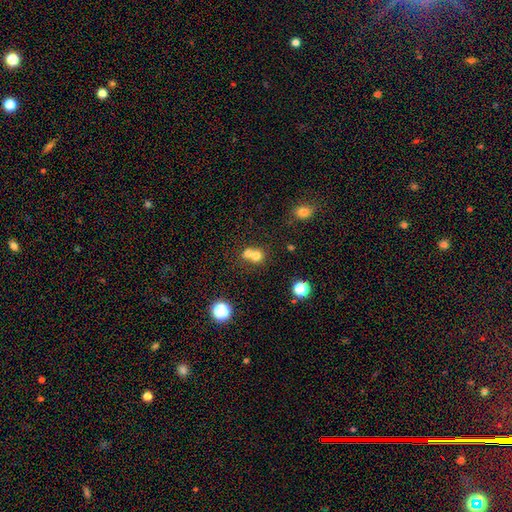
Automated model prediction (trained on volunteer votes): smooth-or-featured: smooth: 72% | star or artifact: 15% | featured or disk: 14%
  how-rounded: round: 82% | in between: 17% | cigar-shaped: 1%
  merging: merger: 57% | none: 35% | minor disturbance: 5% | major disturbance: 2%